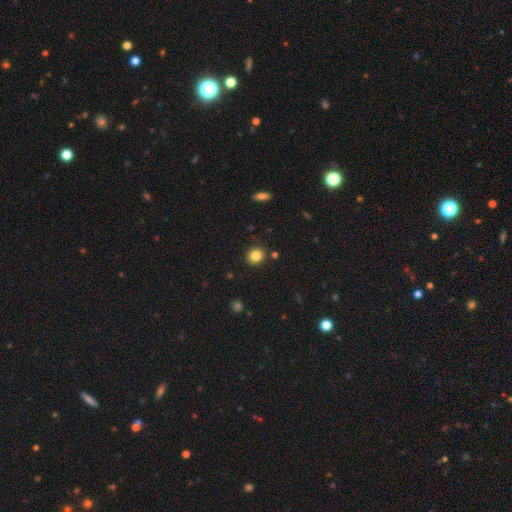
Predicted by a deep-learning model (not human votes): smooth_or_featured: smooth (p=0.85) [alt: star or artifact p=0.11]
how_rounded: round (p=0.76) [alt: in between p=0.23]
merging: none (p=0.86) [alt: minor disturbance p=0.08]